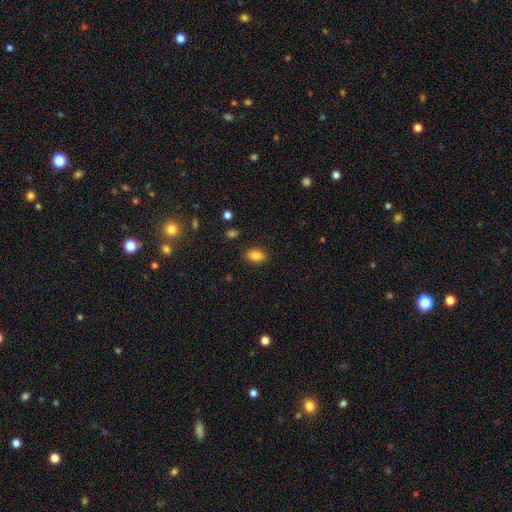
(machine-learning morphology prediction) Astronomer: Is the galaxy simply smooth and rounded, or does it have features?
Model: smooth — 85%.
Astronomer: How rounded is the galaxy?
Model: in between — 85%.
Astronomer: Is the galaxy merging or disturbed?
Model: none — 86%.